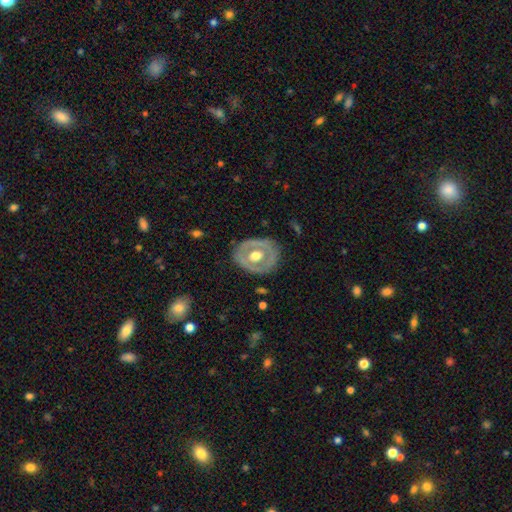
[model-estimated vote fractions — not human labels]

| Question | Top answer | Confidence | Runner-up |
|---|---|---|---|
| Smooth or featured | featured or disk | 61% | smooth (34%) |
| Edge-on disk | no | 94% | yes (6%) |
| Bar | no | 80% | weak (15%) |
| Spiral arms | no | 85% | yes (15%) |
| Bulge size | moderate | 60% | large (33%) |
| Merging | none | 78% | minor disturbance (16%) |